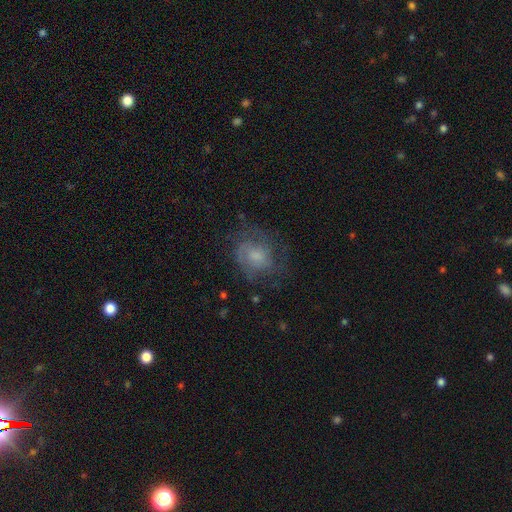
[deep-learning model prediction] The model was most divided on "bulge size": moderate: 39%, small: 34%, none: 16%, large: 10%, dominant: 2%. More confident: edge-on disk — no (97%); spiral arms — yes (78%); bar — no (69%); merging — none (60%); smooth or featured — featured or disk (54%).